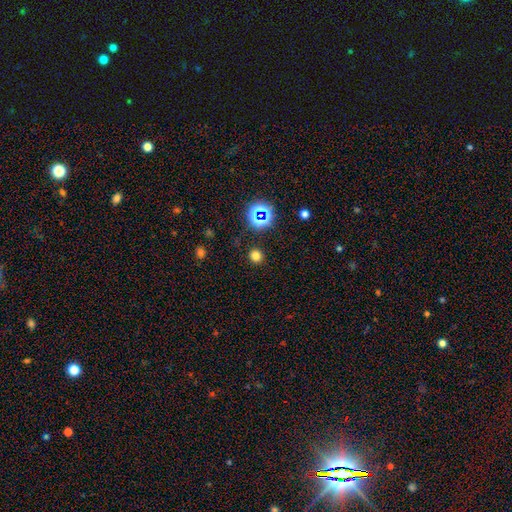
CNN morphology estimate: A smooth galaxy with no disk features (73%) that is round (87%). Merging: none (89%).